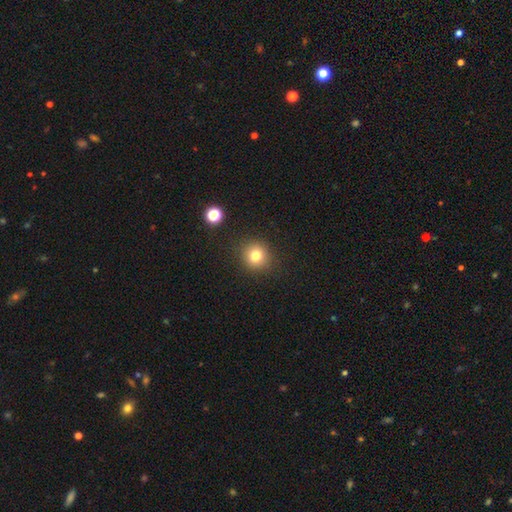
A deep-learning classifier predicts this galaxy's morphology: This is likely a smooth galaxy (79%). How rounded: clearly round (92%). Merging: clearly none (89%).